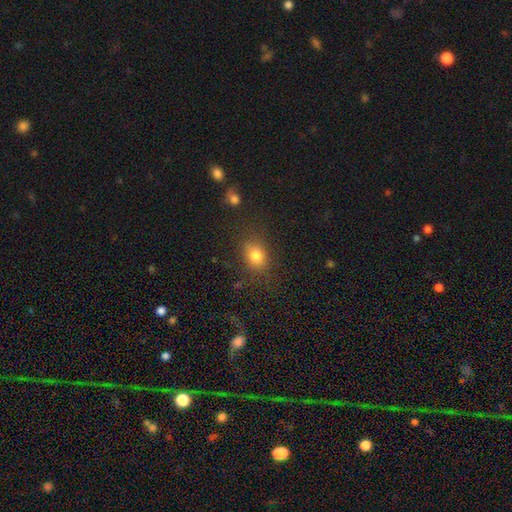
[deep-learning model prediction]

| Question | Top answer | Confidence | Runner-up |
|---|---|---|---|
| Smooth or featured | smooth | 80% | star or artifact (12%) |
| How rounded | in between | 60% | round (38%) |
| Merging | none | 76% | minor disturbance (15%) |